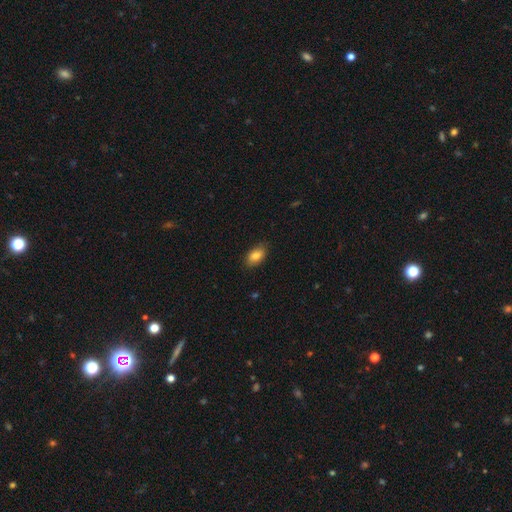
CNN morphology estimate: This is clearly a smooth galaxy (83%). How rounded: clearly in between (91%). Merging: clearly none (85%).